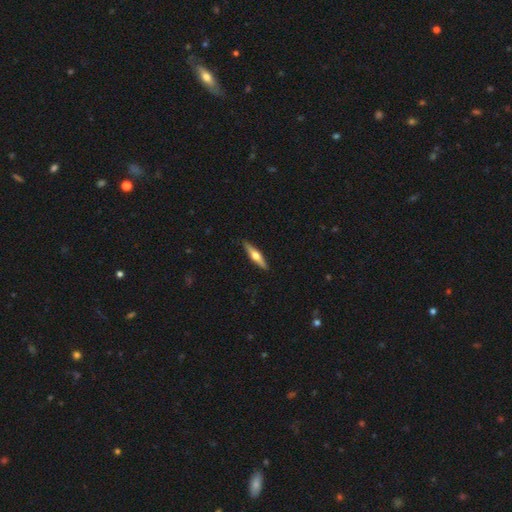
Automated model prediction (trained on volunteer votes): This appears to be a featured or disk galaxy (60%) viewed edge-on (96%) with a rounded central bulge (94%). Merging: none (91%).